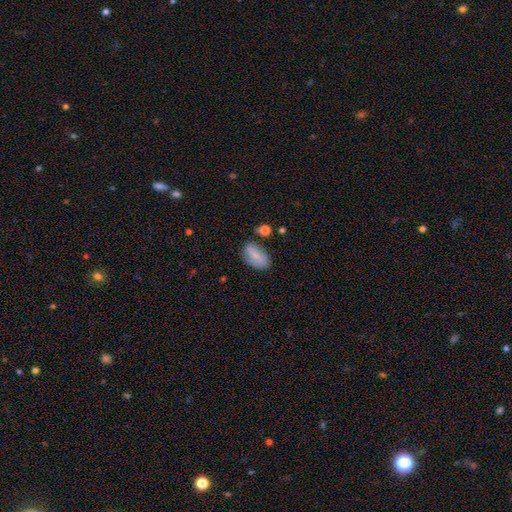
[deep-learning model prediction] Q: Smooth or featured?
A: smooth (79%); runner-up: featured or disk (13%)
Q: How rounded?
A: in between (90%); runner-up: cigar-shaped (5%)
Q: Merging?
A: none (70%); runner-up: minor disturbance (21%)